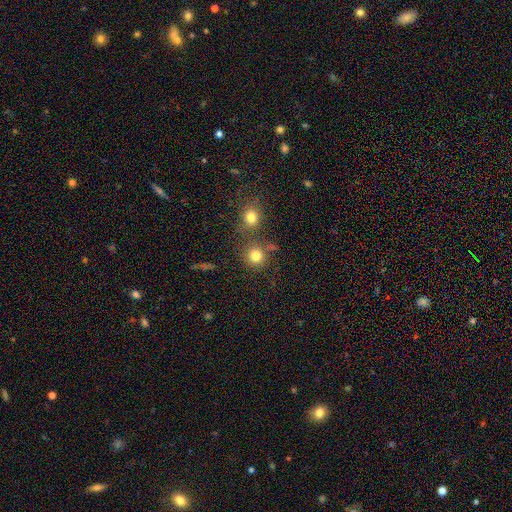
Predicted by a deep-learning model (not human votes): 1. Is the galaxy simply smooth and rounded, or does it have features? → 79% smooth, 14% star or artifact, 7% featured or disk.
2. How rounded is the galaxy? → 90% round, 9% in between, 1% cigar-shaped.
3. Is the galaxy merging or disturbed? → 71% none, 17% merger, 8% minor disturbance, 4% major disturbance.